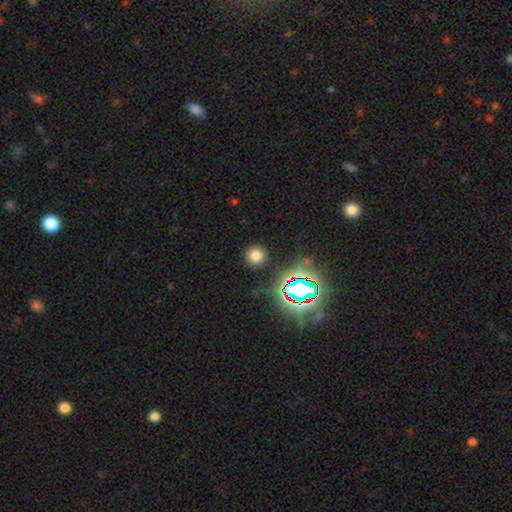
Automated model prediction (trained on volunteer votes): A smooth galaxy with no disk features (72%) that is round (94%). Merging: none (89%).